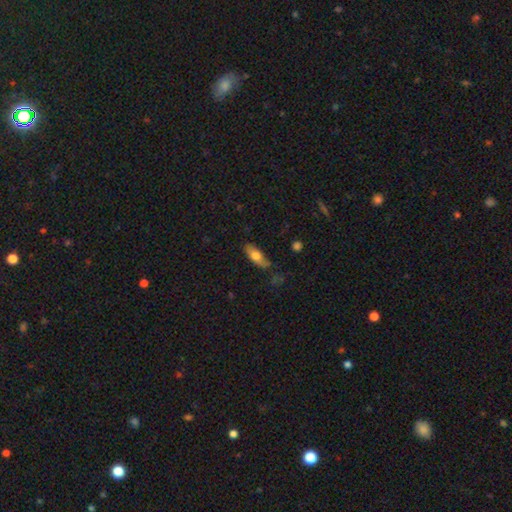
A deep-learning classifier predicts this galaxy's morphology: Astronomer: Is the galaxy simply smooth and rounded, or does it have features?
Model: smooth — 69%.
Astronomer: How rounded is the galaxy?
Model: in between — 71%.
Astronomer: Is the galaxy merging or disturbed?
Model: none — 70%.